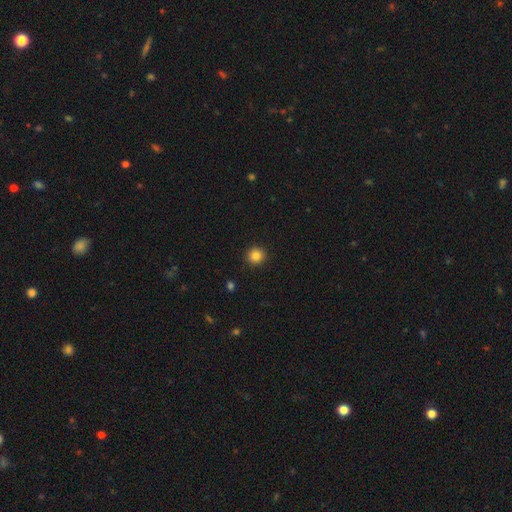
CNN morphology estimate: This appears to be a smooth galaxy with no disk features (84%) that is round (94%). Merging: none (92%).